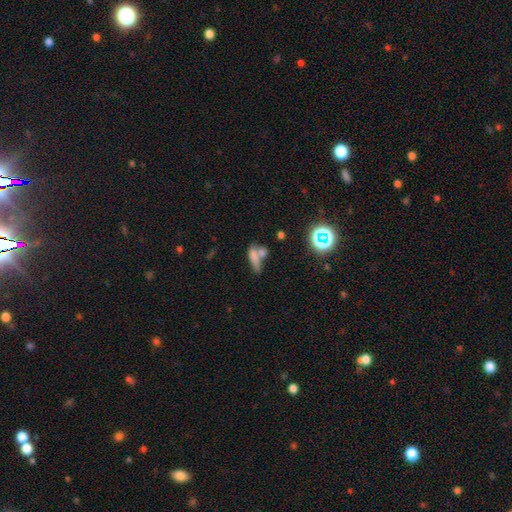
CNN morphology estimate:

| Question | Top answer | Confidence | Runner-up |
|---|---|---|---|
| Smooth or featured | smooth | 65% | featured or disk (19%) |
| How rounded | cigar-shaped | 48% | in between (43%) |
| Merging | merger | 47% | none (32%) |